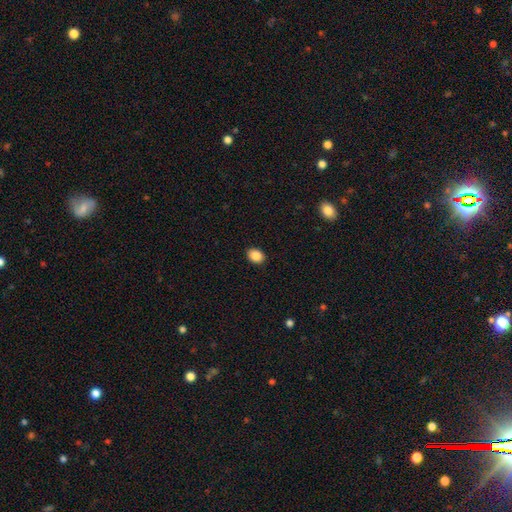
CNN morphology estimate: This appears to be a smooth galaxy with no disk features (88%) that is in between round and cigar-shaped (66%). Merging: none (90%).